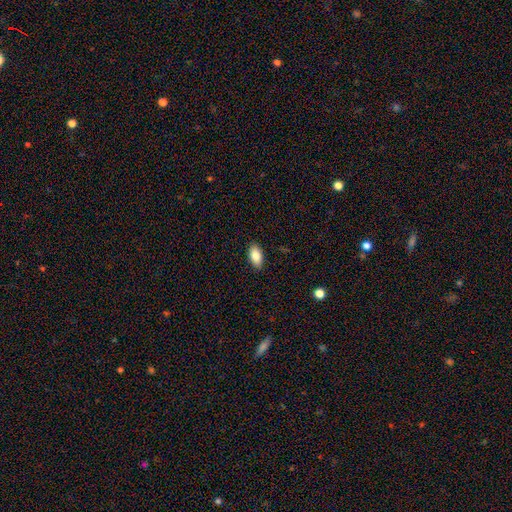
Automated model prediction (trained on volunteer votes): A smooth galaxy with no disk features (86%) that is in between round and cigar-shaped (93%). Merging: none (88%).